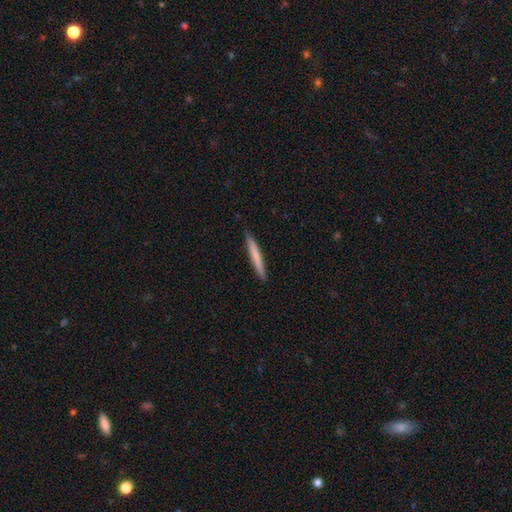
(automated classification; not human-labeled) Smooth or featured? smooth (72%)
How rounded? cigar-shaped (96%)
Merging? none (91%)